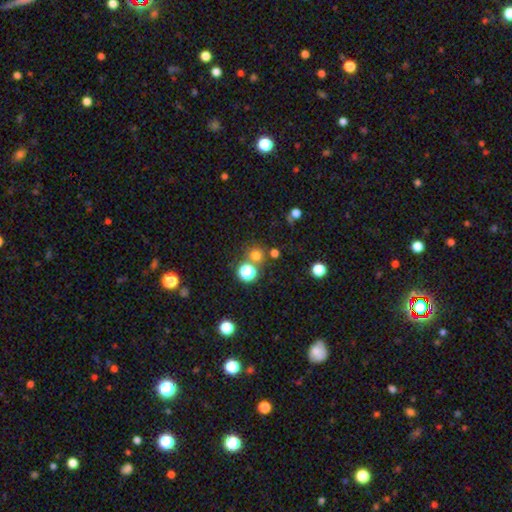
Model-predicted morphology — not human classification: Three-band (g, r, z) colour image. It shows a smooth galaxy with no disk features (68%) that is round (90%). Merging: none (73%).